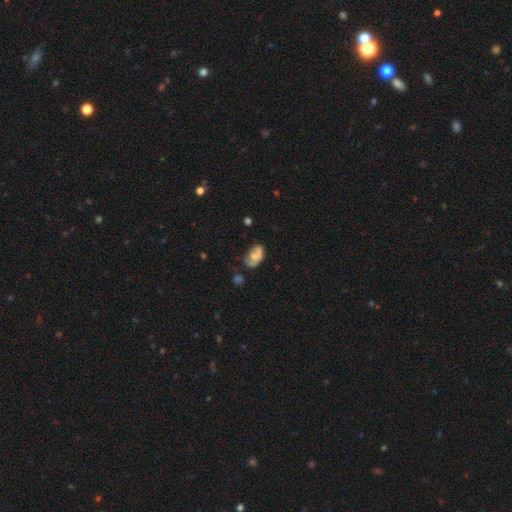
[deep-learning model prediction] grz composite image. It shows a smooth galaxy with no disk features (49%). Merging: none (39%).